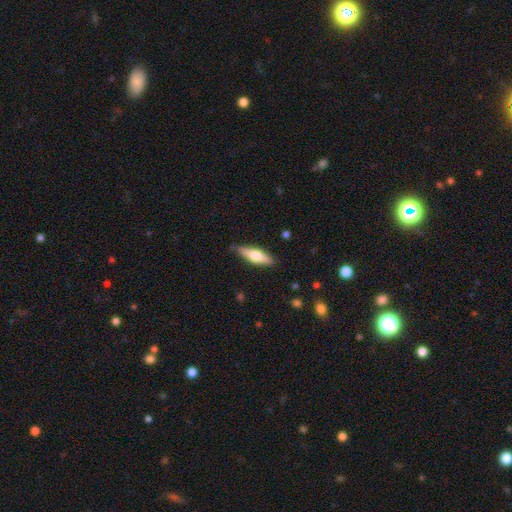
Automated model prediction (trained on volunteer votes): Smooth or featured?
  - smooth: 57% *
  - featured or disk: 38%
  - star or artifact: 6%
How rounded?
  - cigar-shaped: 50% *
  - in between: 48%
  - round: 2%
Merging?
  - none: 84% *
  - minor disturbance: 12%
  - major disturbance: 2%
  - merger: 1%